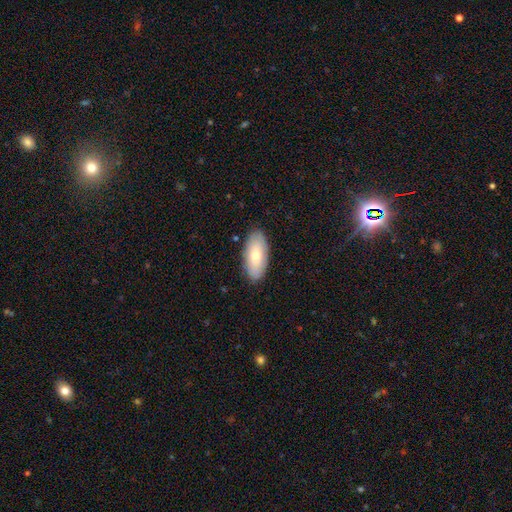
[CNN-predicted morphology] Smooth or featured? smooth (70%)
How rounded? in between (91%)
Merging? none (86%)